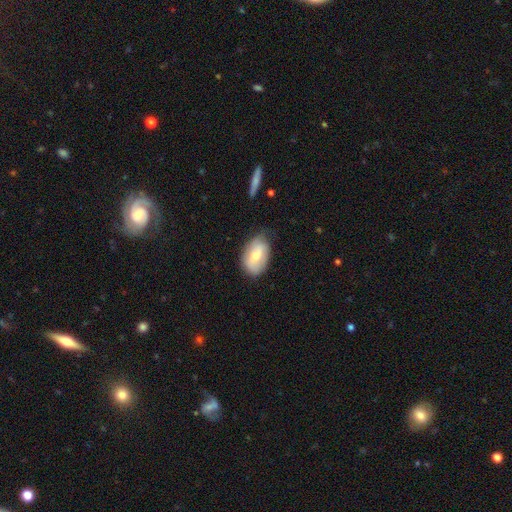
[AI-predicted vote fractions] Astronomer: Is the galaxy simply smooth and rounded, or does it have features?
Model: smooth — 65%.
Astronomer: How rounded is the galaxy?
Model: in between — 87%.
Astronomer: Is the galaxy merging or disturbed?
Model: none — 65%.